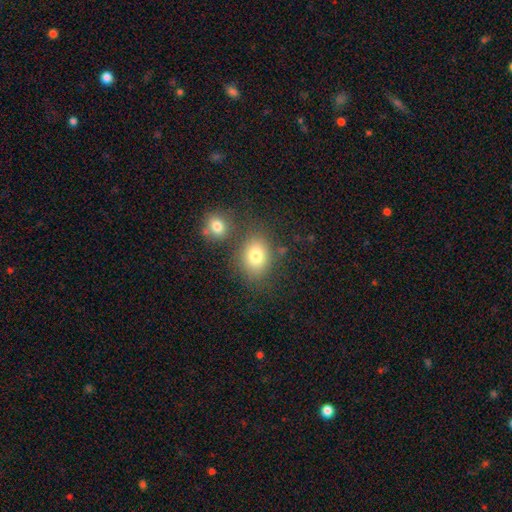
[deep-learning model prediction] A smooth galaxy with no disk features (78%) that is in between round and cigar-shaped (55%).

Vote fractions:
- Smooth or featured? smooth: 78% / star or artifact: 11% / featured or disk: 10%
- How rounded? in between: 55% / round: 44% / cigar-shaped: 1%
- Merging? none: 68% / merger: 15% / minor disturbance: 12% / major disturbance: 5%